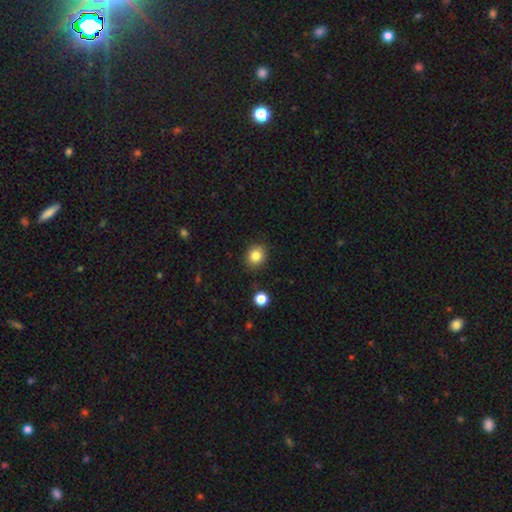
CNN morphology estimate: smooth 84%, star or artifact 11%, featured or disk 6%. Down the decision tree: how rounded — round (75%); merging — none (87%).